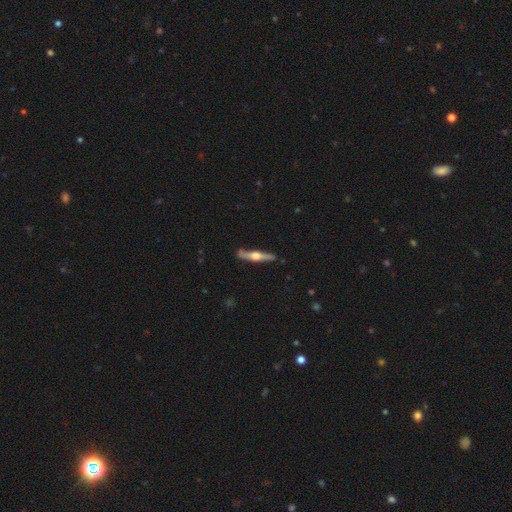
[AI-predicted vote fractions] A featured or disk galaxy (67%) viewed edge-on (95%) with a rounded central bulge (91%).

Vote fractions:
- Smooth or featured? featured or disk: 67% / smooth: 29% / star or artifact: 5%
- Edge-on disk? yes: 95% / no: 5%
- Edge-on bulge? rounded: 91% / boxy: 5% / none: 3%
- Merging? none: 84% / minor disturbance: 12% / major disturbance: 2% / merger: 2%